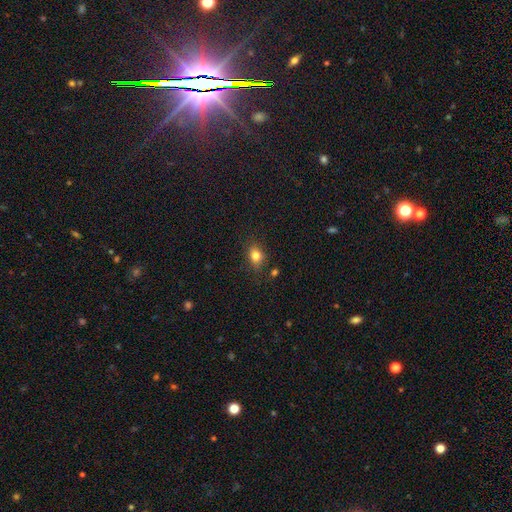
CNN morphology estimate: Smooth or featured? Predicted: smooth (p=0.81). How rounded? Predicted: in between (p=0.58). Merging? Predicted: none (p=0.80).